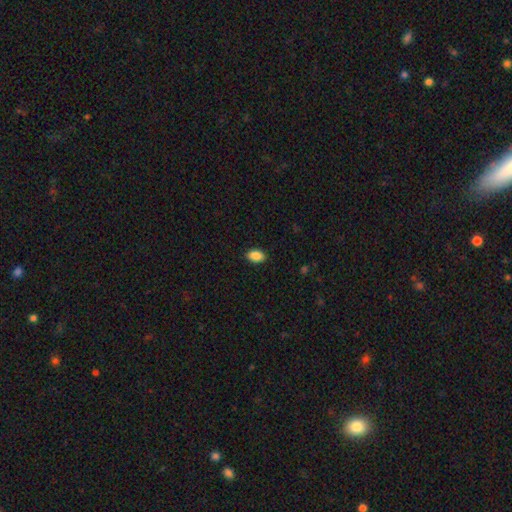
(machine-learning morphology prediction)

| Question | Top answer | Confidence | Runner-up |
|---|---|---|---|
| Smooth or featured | smooth | 89% | star or artifact (8%) |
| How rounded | in between | 89% | round (9%) |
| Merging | none | 89% | minor disturbance (8%) |